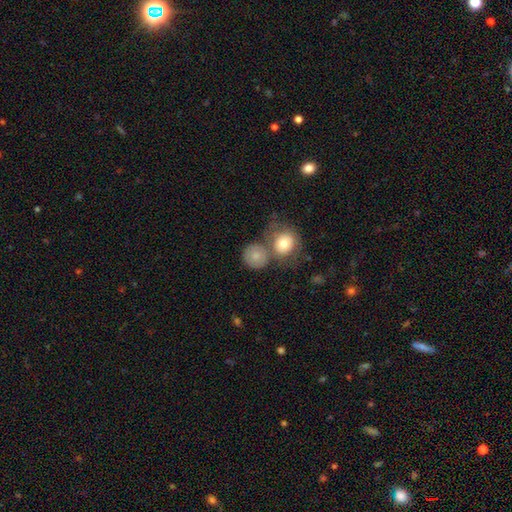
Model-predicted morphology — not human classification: Smooth or featured? Predicted: smooth (p=0.78). How rounded? Predicted: round (p=0.88). Merging? Predicted: none (p=0.49).